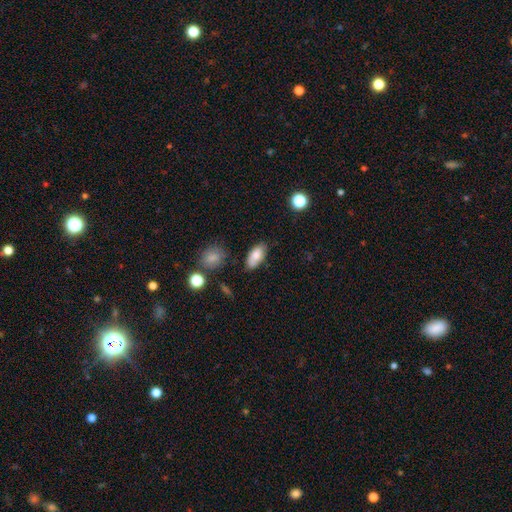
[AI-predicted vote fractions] Overall: smooth (79%). How rounded: in between (91%). Merging: none (74%).